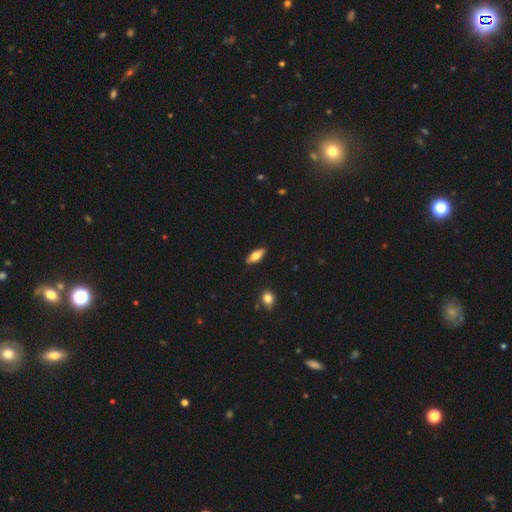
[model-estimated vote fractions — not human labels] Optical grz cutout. It shows a smooth galaxy with no disk features (68%) that is in between round and cigar-shaped (70%). Merging: none (89%).